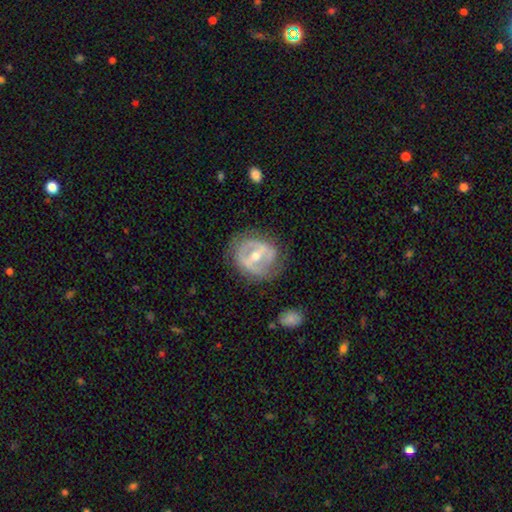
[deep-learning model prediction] Overall: featured or disk (77%). Edge-on disk: no (95%). Bar: strong (53%; weak 32%). Spiral arms: yes (54%; no 46%). Bulge size: moderate (61%; small 35%). Merging: none (70%).